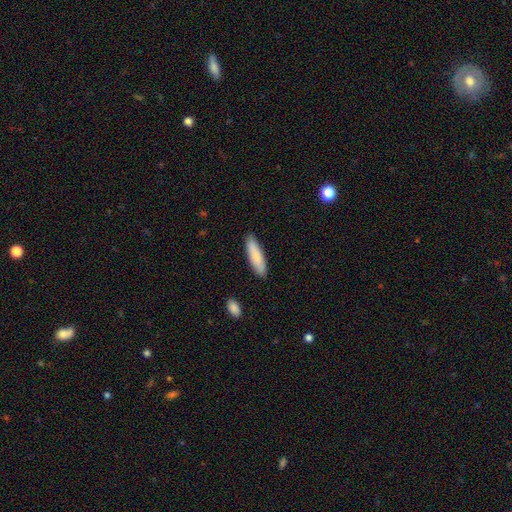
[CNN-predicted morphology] smooth 82%, featured or disk 12%, star or artifact 6%. Down the decision tree: how rounded — cigar-shaped (67%); merging — none (89%).